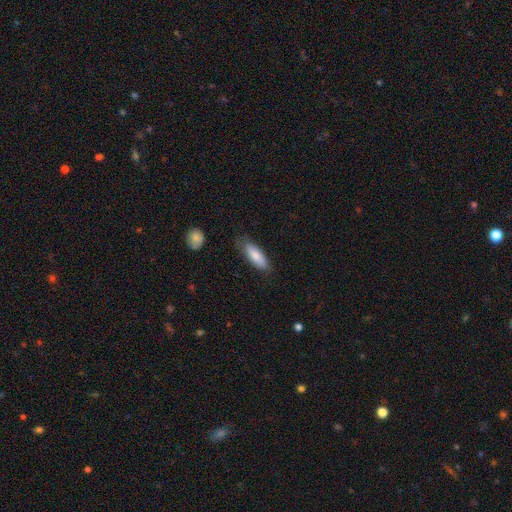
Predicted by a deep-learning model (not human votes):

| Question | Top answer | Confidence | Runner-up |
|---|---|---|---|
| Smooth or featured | smooth | 80% | featured or disk (14%) |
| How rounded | in between | 63% | cigar-shaped (36%) |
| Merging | none | 73% | minor disturbance (20%) |